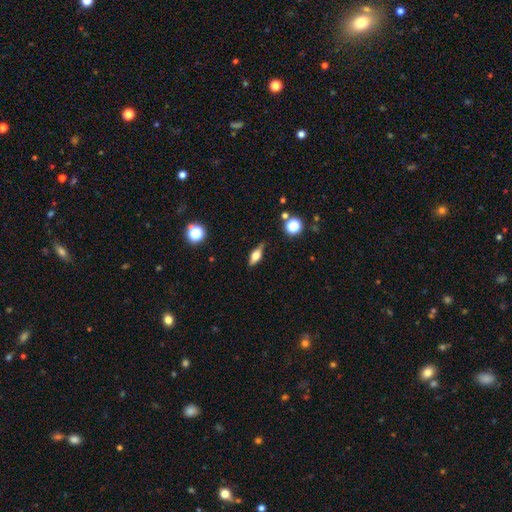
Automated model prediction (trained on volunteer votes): A smooth galaxy with no disk features (50%). Merging: none (81%).